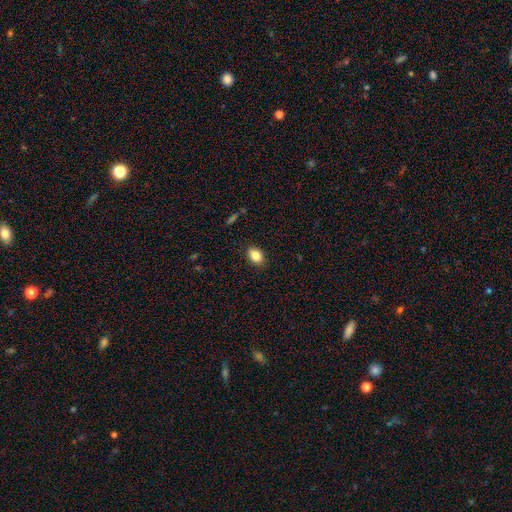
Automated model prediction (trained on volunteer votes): Morphology: type=smooth (84%); roundness=in between (75%); merging=none (87%).